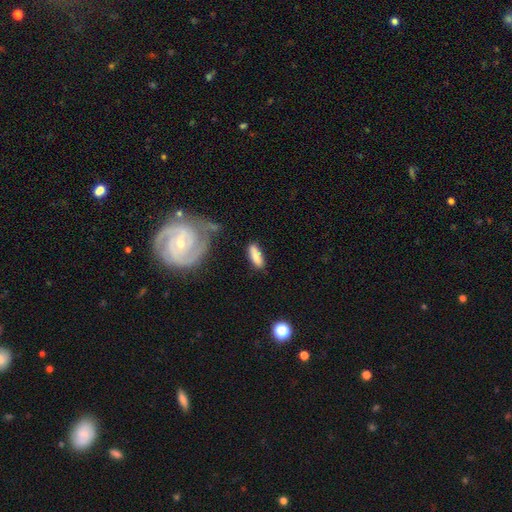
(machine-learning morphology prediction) Smooth or featured?
  - smooth: 81% *
  - featured or disk: 12%
  - star or artifact: 6%
How rounded?
  - in between: 52% *
  - cigar-shaped: 45%
  - round: 2%
Merging?
  - none: 76% *
  - minor disturbance: 15%
  - merger: 5%
  - major disturbance: 4%